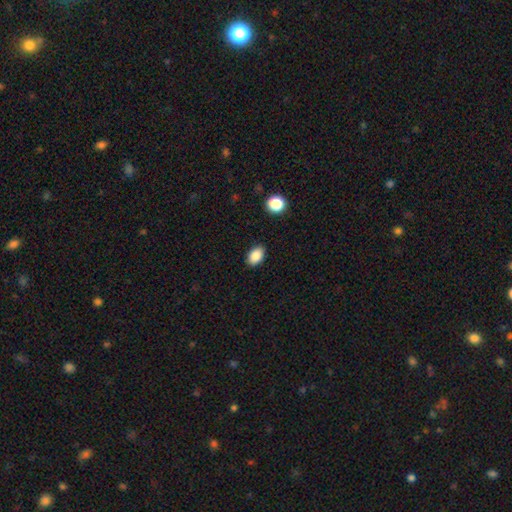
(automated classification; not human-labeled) smooth 87%, star or artifact 9%, featured or disk 4%. Down the decision tree: how rounded — in between (86%); merging — none (87%).